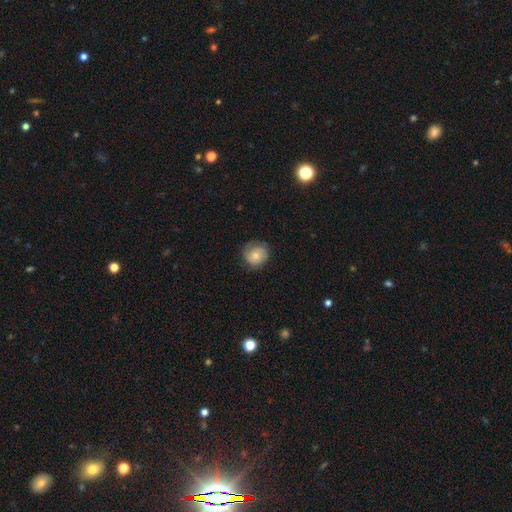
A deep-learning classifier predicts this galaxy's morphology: The model was most divided on "smooth or featured": smooth: 66%, featured or disk: 26%, star or artifact: 8%. More confident: how rounded — round (87%); merging — none (74%).